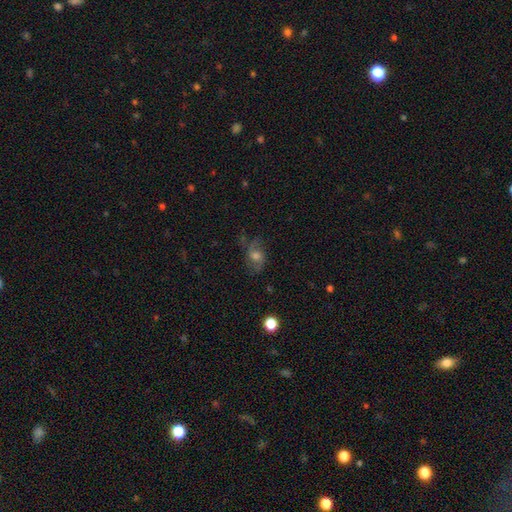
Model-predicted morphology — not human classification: This appears to be a featured or disk galaxy (49%). Merging: none (64%).